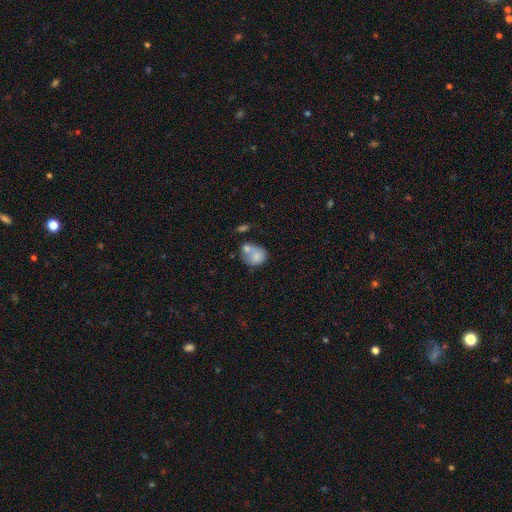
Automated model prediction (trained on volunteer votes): smooth 72%, featured or disk 19%, star or artifact 8%. Down the decision tree: how rounded — round (61%); merging — merger (49%).